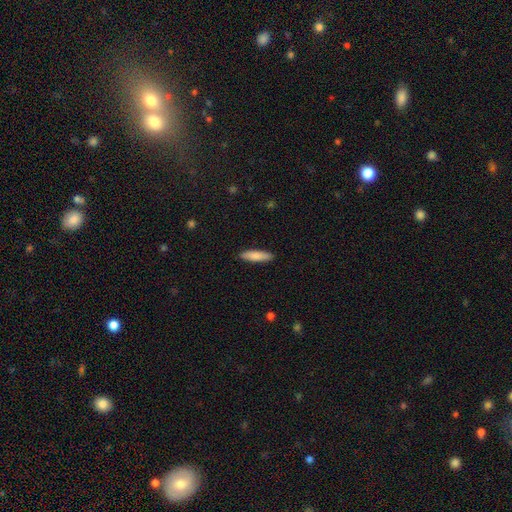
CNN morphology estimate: Smooth or featured: smooth — 84% (featured or disk — 11%)
How rounded: cigar-shaped — 70% (in between — 29%)
Merging: none — 90% (minor disturbance — 8%)